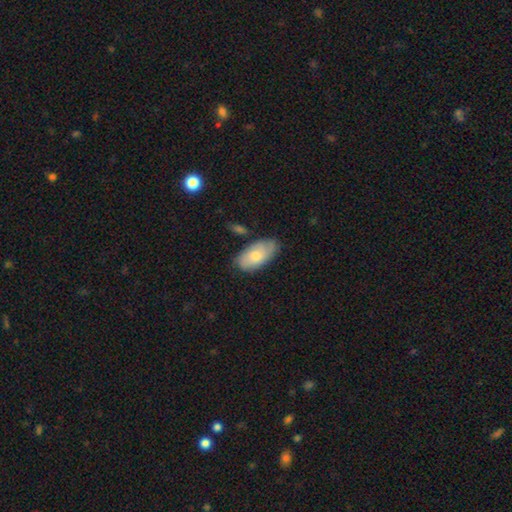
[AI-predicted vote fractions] This is likely a smooth galaxy (67%). How rounded: clearly in between (94%). Merging: likely none (69%).